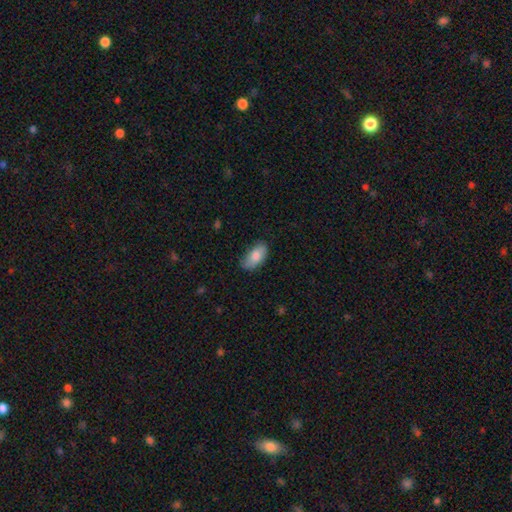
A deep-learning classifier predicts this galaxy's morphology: A smooth galaxy with no disk features (82%) that is in between round and cigar-shaped (93%).

Vote fractions:
- Smooth or featured? smooth: 82% / featured or disk: 12% / star or artifact: 6%
- How rounded? in between: 93% / cigar-shaped: 4% / round: 3%
- Merging? none: 74% / minor disturbance: 21% / major disturbance: 4% / merger: 1%